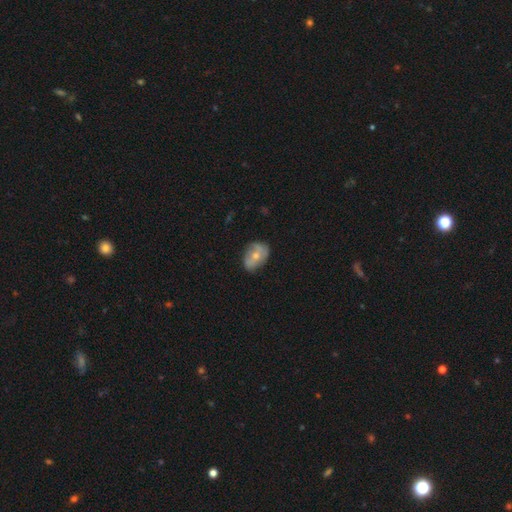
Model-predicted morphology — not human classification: smooth-or-featured: smooth: 52% | featured or disk: 41% | star or artifact: 8%
  how-rounded: in between: 71% | round: 27% | cigar-shaped: 1%
  merging: none: 64% | minor disturbance: 27% | major disturbance: 7% | merger: 1%